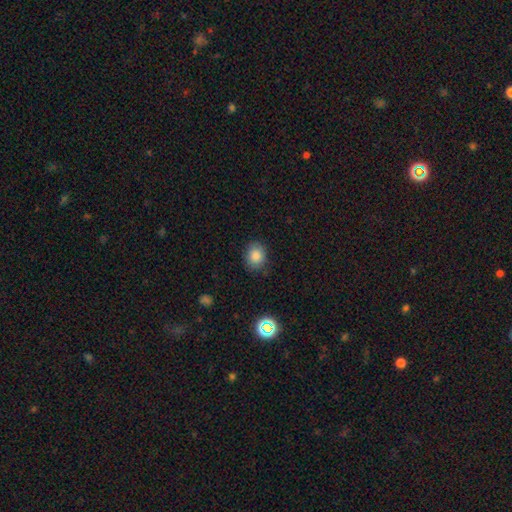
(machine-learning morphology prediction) smooth_or_featured: smooth (p=0.84) [alt: star or artifact p=0.11]
how_rounded: round (p=0.57) [alt: in between p=0.42]
merging: none (p=0.84) [alt: minor disturbance p=0.12]